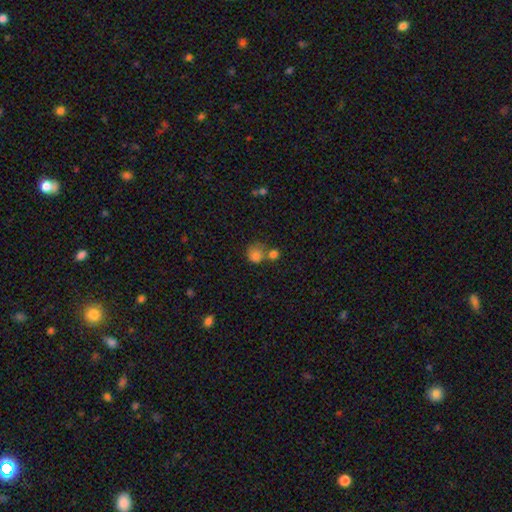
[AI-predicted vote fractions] A smooth galaxy with no disk features (80%) that is round (83%).

Vote fractions:
- Smooth or featured? smooth: 80% / star or artifact: 11% / featured or disk: 8%
- How rounded? round: 83% / in between: 16% / cigar-shaped: 1%
- Merging? none: 44% / merger: 36% / minor disturbance: 13% / major disturbance: 7%